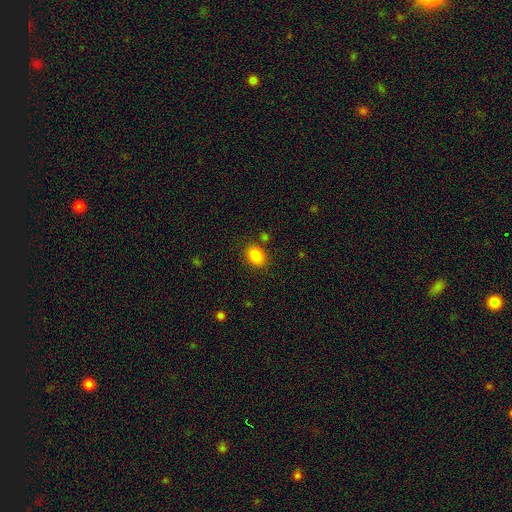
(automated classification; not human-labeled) Smooth or featured: smooth — 86% (star or artifact — 9%)
How rounded: in between — 71% (round — 28%)
Merging: none — 83% (minor disturbance — 11%)